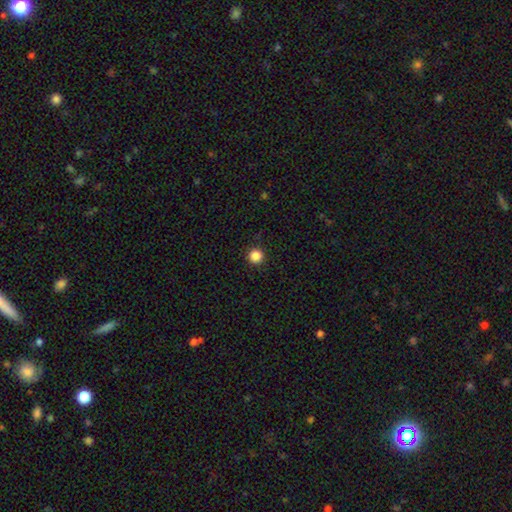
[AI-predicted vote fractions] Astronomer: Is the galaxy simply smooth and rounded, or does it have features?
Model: smooth — 85%.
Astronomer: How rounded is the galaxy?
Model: round — 96%.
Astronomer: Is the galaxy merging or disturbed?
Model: none — 92%.